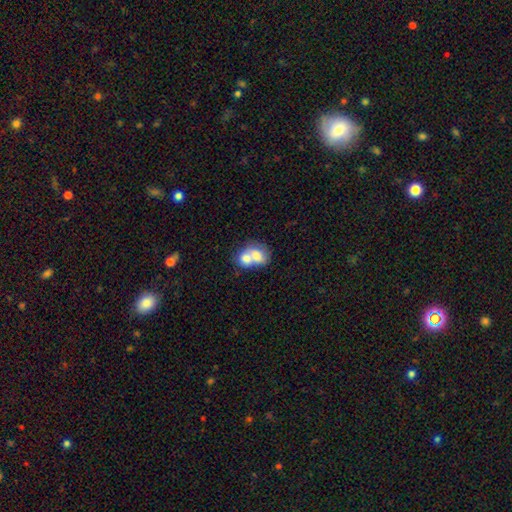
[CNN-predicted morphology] This is likely a smooth galaxy (68%). How rounded: possibly in between (56%). Merging: likely merger (75%).